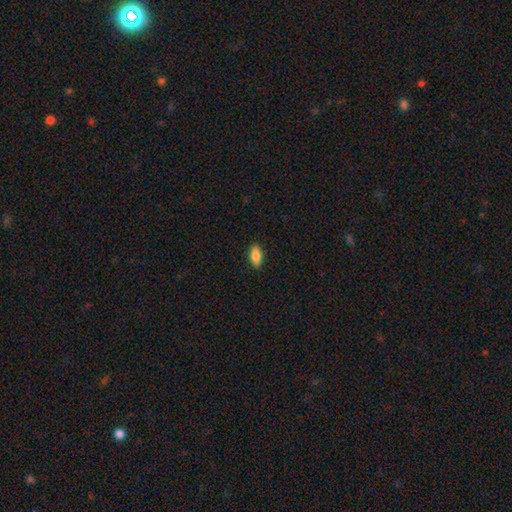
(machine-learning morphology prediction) Smooth or featured? smooth (82%)
How rounded? in between (84%)
Merging? none (88%)